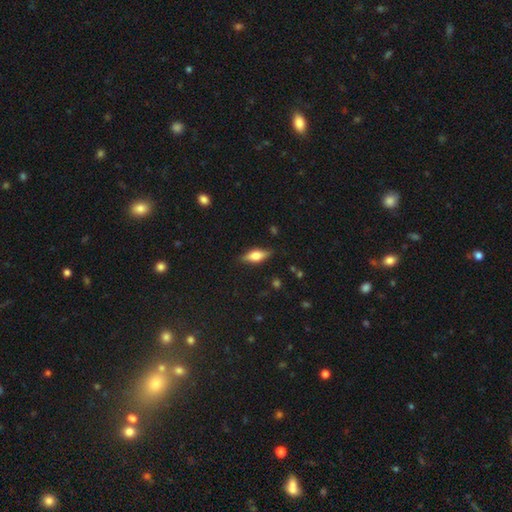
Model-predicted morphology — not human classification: type=smooth (57%); roundness=in between (67%); merging=none (84%).